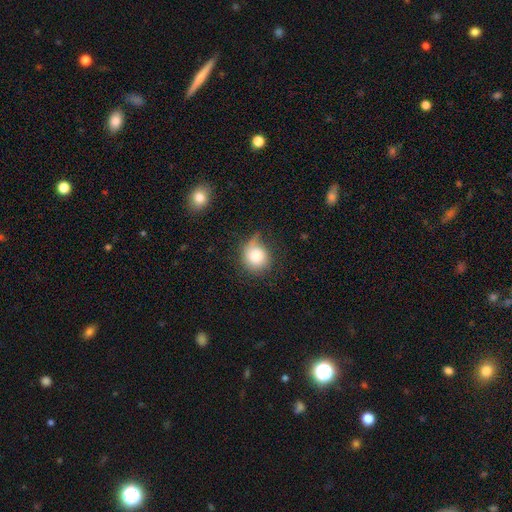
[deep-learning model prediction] This appears to be a smooth galaxy with no disk features (77%) that is round (81%). Merging: none (49%).